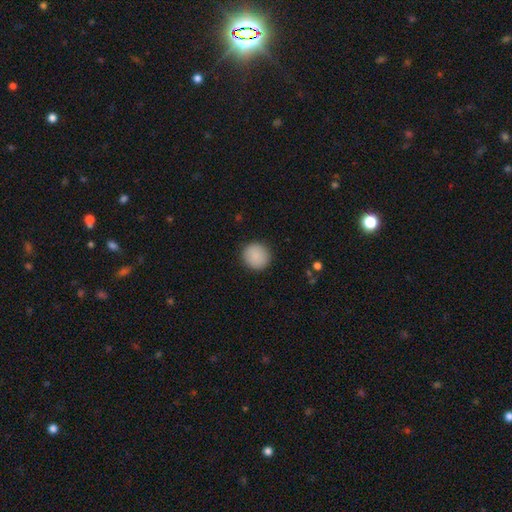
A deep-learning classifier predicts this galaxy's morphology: This is clearly a smooth galaxy (89%). How rounded: clearly round (94%). Merging: clearly none (91%).